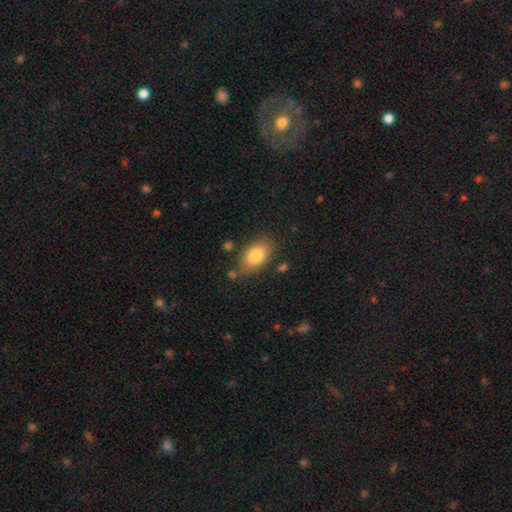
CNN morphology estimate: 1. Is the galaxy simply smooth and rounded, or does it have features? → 81% smooth, 12% featured or disk, 7% star or artifact.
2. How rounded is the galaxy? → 89% in between, 9% round, 2% cigar-shaped.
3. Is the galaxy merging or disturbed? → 76% none, 16% minor disturbance, 4% merger, 4% major disturbance.